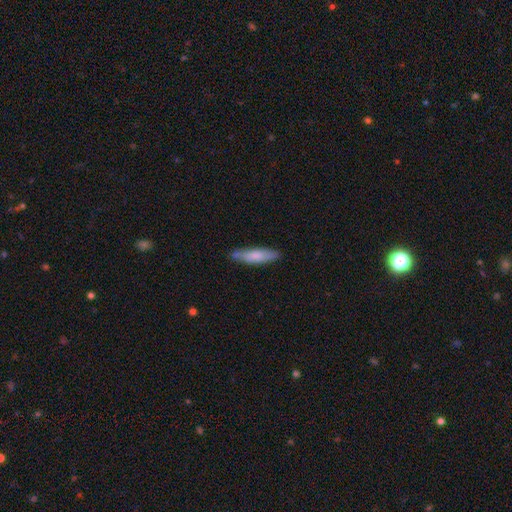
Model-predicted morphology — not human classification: Smooth or featured?
  - smooth: 72% *
  - featured or disk: 22%
  - star or artifact: 6%
How rounded?
  - cigar-shaped: 70% *
  - in between: 29%
  - round: 1%
Merging?
  - none: 76% *
  - minor disturbance: 18%
  - merger: 3%
  - major disturbance: 3%